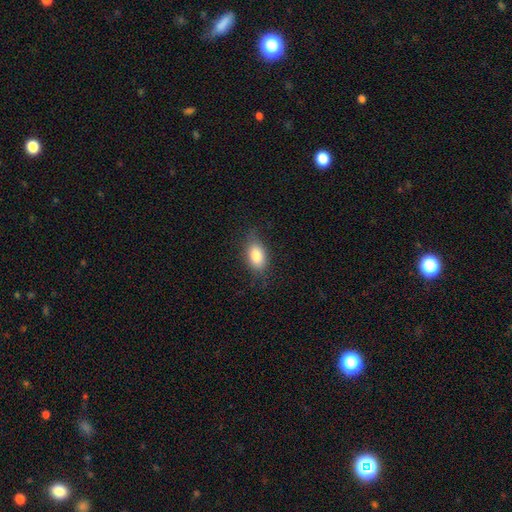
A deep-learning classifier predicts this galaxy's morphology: Q: Smooth or featured?
A: smooth (82%); runner-up: featured or disk (10%)
Q: How rounded?
A: in between (88%); runner-up: round (7%)
Q: Merging?
A: none (75%); runner-up: minor disturbance (19%)